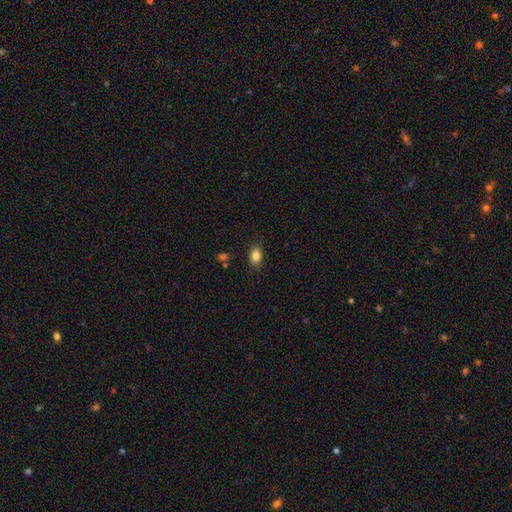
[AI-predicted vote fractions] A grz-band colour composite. It shows a smooth galaxy with no disk features (85%) that is in between round and cigar-shaped (83%). Merging: none (85%).